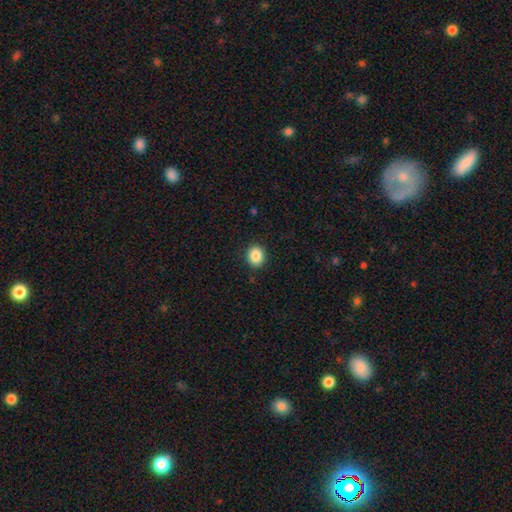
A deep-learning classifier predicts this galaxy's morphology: This appears to be a smooth galaxy with no disk features (87%) that is round (66%). Merging: none (89%).